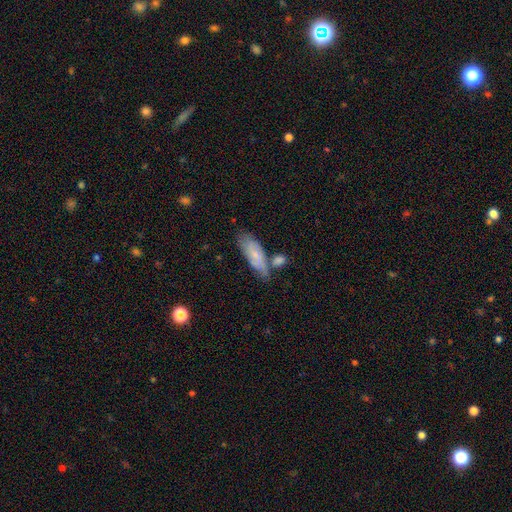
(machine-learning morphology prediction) A smooth galaxy with no disk features (63%) that is in between round and cigar-shaped (67%). Merging: none (52%).